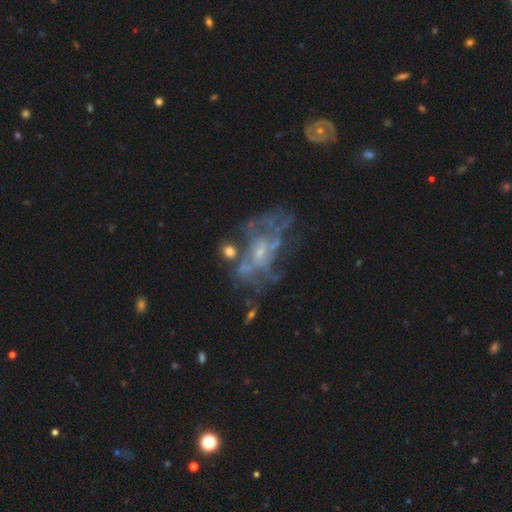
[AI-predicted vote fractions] Smooth or featured? featured or disk (69%)
Edge-on disk? no (95%)
Bar? no (67%)
Spiral arms? yes (54%)
Bulge size? small (56%)
Merging? none (48%)